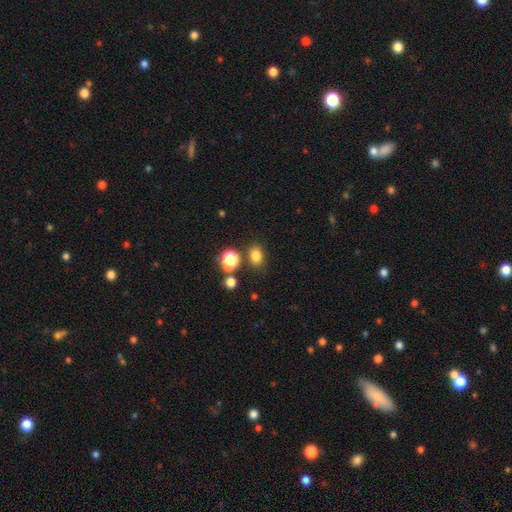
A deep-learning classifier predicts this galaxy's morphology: Smooth or featured: smooth — 78% (star or artifact — 16%)
How rounded: in between — 63% (round — 36%)
Merging: none — 76% (minor disturbance — 11%)